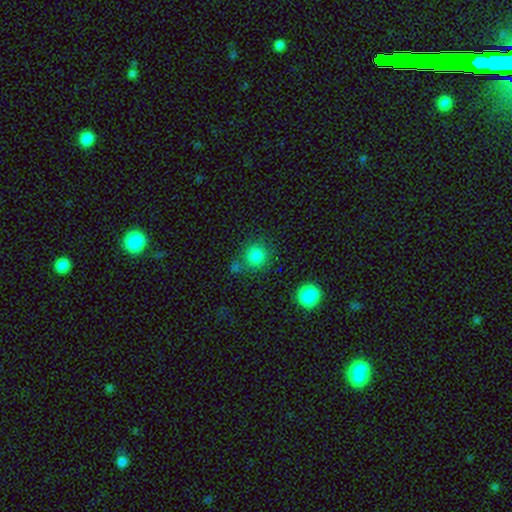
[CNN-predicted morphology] Q: Smooth or featured?
A: smooth (82%); runner-up: star or artifact (13%)
Q: How rounded?
A: round (91%); runner-up: in between (8%)
Q: Merging?
A: none (69%); runner-up: merger (14%)